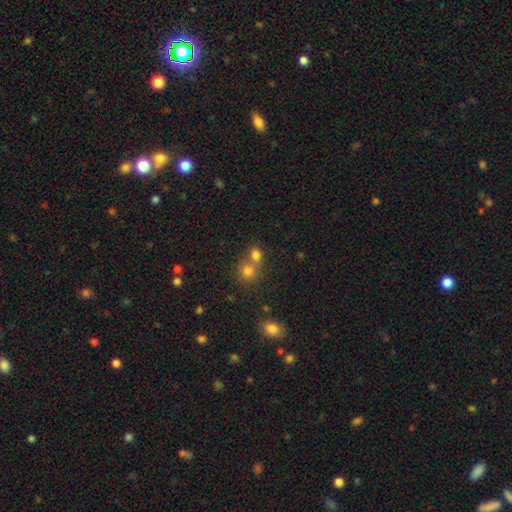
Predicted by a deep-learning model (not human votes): Smooth or featured? smooth (77%)
How rounded? round (66%)
Merging? merger (48%)